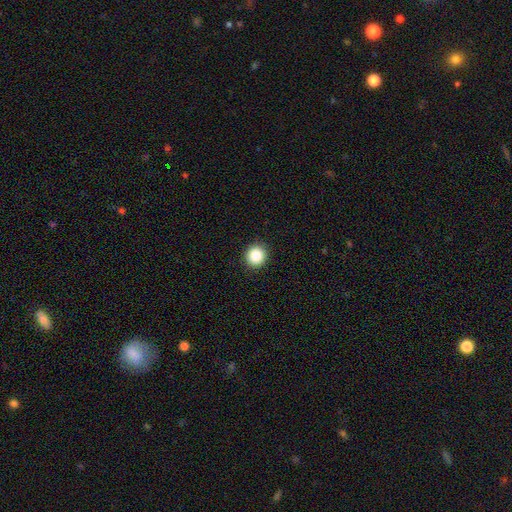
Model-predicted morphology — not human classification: Smooth or featured? smooth (87%)
How rounded? round (89%)
Merging? none (92%)